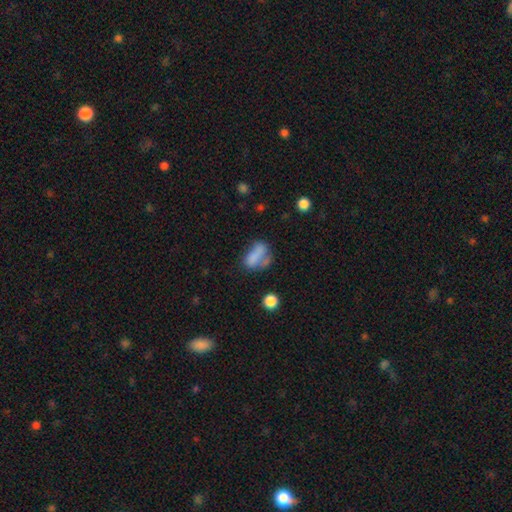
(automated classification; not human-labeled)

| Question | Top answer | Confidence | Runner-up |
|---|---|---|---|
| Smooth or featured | smooth | 68% | featured or disk (20%) |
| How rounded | in between | 82% | round (11%) |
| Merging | none | 30% | major disturbance (28%) |